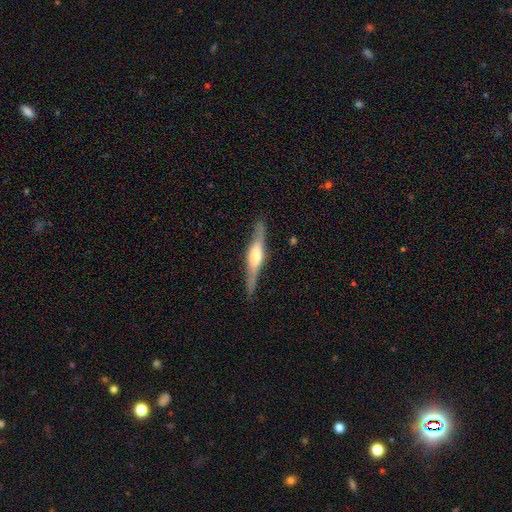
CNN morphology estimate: smooth-or-featured: featured or disk: 71% | smooth: 24% | star or artifact: 5%
  disk-edge-on: yes: 96% | no: 4%
    edge-on-bulge: rounded: 78% | boxy: 17% | none: 5%
  merging: none: 85% | minor disturbance: 11% | major disturbance: 3% | merger: 1%